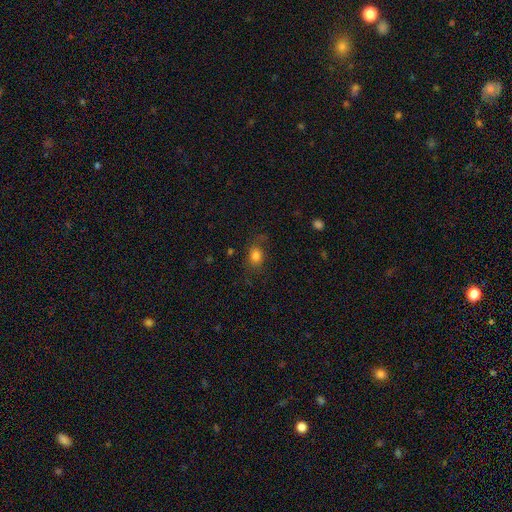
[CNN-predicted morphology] This appears to be a smooth galaxy with no disk features (80%) that is round (50%). Merging: none (70%).